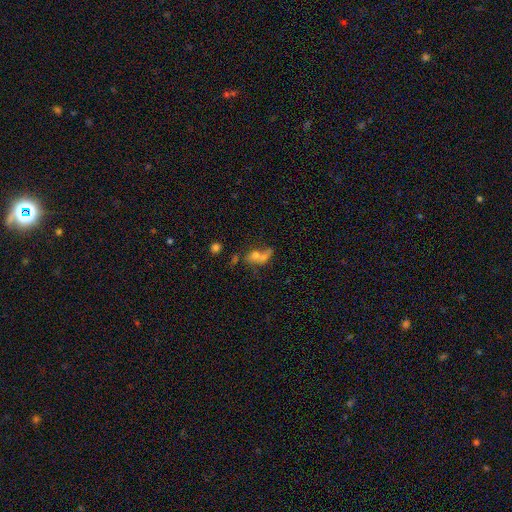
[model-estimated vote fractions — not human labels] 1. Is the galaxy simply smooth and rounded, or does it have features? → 57% smooth, 27% featured or disk, 16% star or artifact.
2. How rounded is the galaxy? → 59% in between, 35% round, 6% cigar-shaped.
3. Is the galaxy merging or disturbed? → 56% merger, 23% none, 11% major disturbance, 10% minor disturbance.